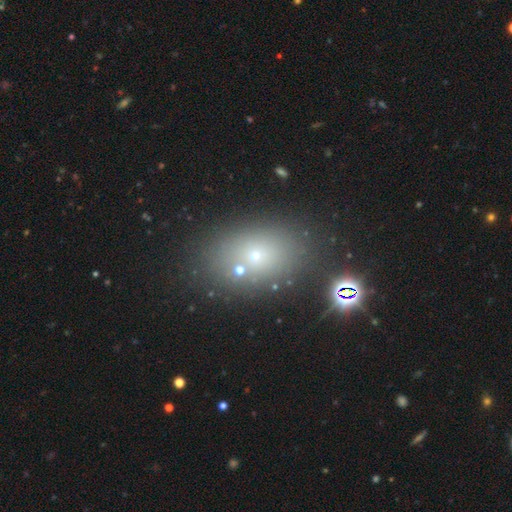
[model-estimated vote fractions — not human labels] Smooth or featured?
  - smooth: 57% *
  - star or artifact: 27%
  - featured or disk: 16%
How rounded?
  - in between: 67% *
  - round: 31%
  - cigar-shaped: 2%
Merging?
  - none: 78% *
  - minor disturbance: 10%
  - merger: 8%
  - major disturbance: 4%